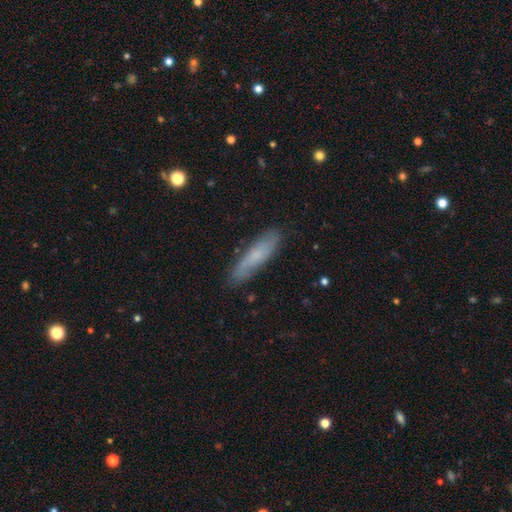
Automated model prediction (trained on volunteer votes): This is likely a smooth galaxy (62%). How rounded: likely cigar-shaped (75%). Merging: clearly none (81%).